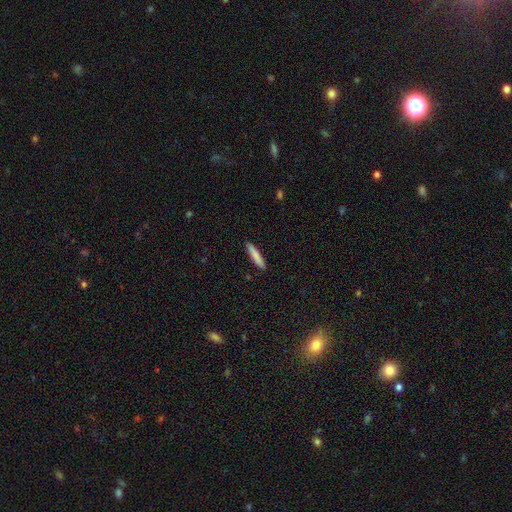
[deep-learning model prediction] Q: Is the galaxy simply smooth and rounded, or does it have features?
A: smooth — 84%.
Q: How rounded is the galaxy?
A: cigar-shaped — 89%.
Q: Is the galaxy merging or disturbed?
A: none — 89%.